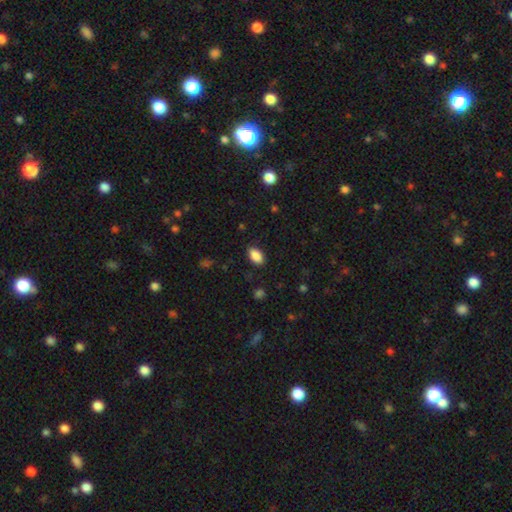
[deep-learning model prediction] Overall: smooth (88%). How rounded: in between (92%). Merging: none (86%).